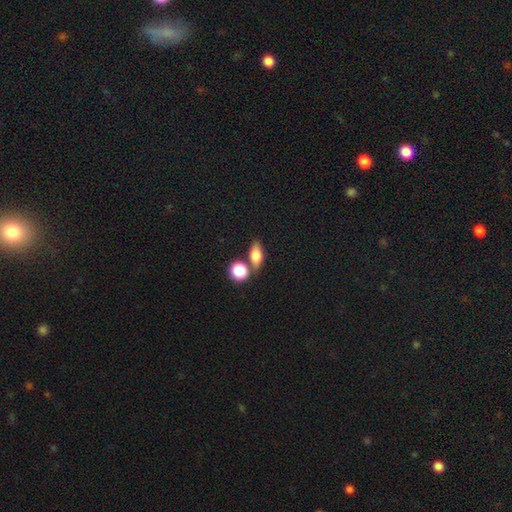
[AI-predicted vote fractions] Smooth or featured? Predicted: smooth (p=0.73). How rounded? Predicted: in between (p=0.66). Merging? Predicted: none (p=0.64).